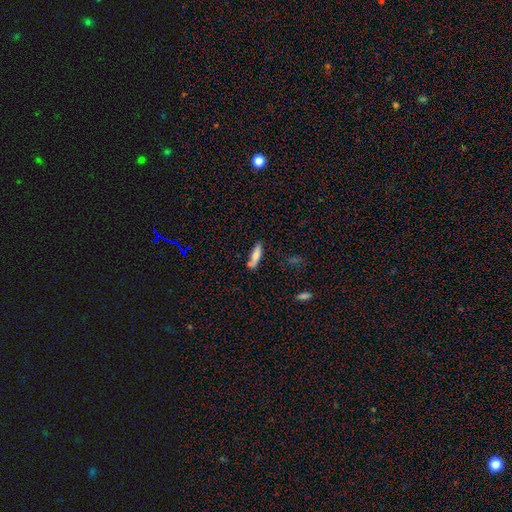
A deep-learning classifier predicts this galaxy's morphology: Smooth or featured: smooth — 77% (featured or disk — 16%)
How rounded: cigar-shaped — 65% (in between — 33%)
Merging: none — 62% (minor disturbance — 20%)